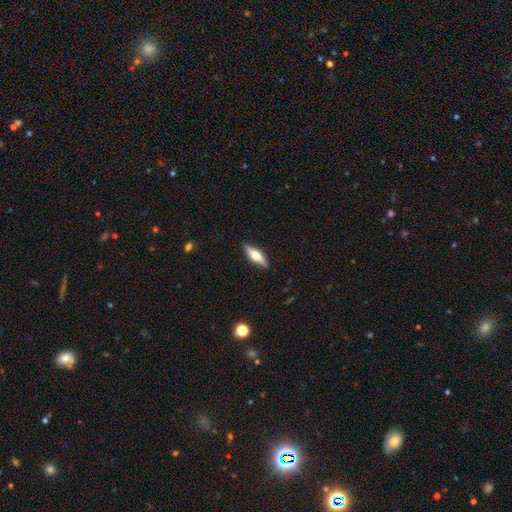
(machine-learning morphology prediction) Smooth or featured?
  - featured or disk: 52% *
  - smooth: 42%
  - star or artifact: 6%
Edge-on disk?
  - yes: 93% *
  - no: 7%
Merging?
  - none: 88% *
  - minor disturbance: 9%
  - major disturbance: 2%
  - merger: 1%